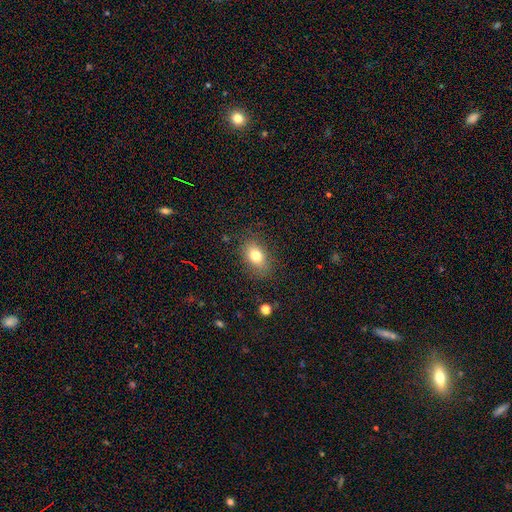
Volunteers were most divided on "how rounded": in between: 63%, round: 30%, cigar-shaped: 7%. More confident: smooth or featured — smooth (75%); merging — none (74%).